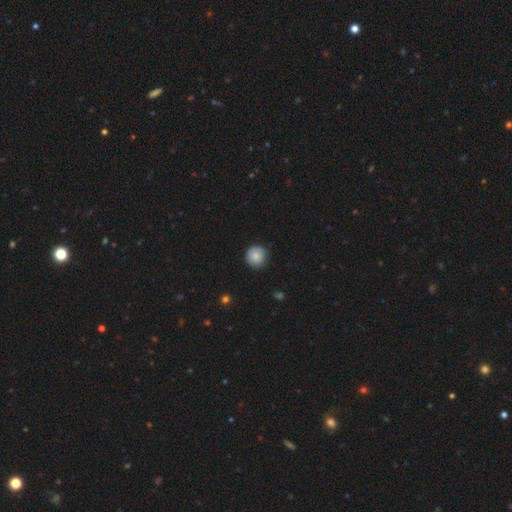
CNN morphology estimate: Smooth or featured? Predicted: smooth (p=0.83). How rounded? Predicted: round (p=0.95). Merging? Predicted: none (p=0.87).